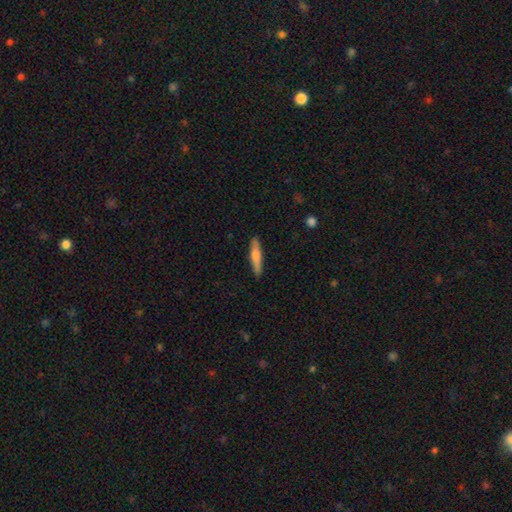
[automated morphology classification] smooth 56%, featured or disk 38%, star or artifact 6%. Down the decision tree: how rounded — cigar-shaped (88%); merging — none (89%).